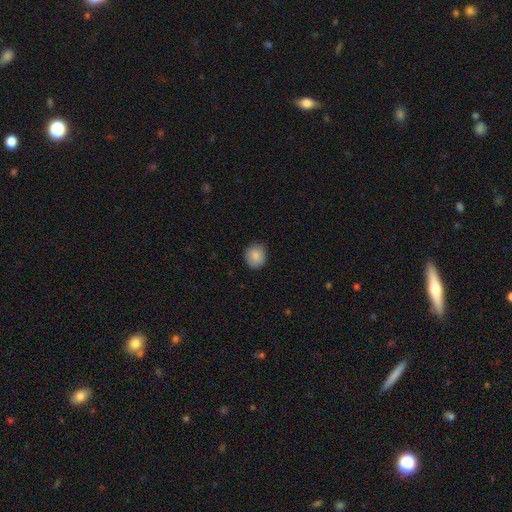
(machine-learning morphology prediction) smooth-or-featured: smooth: 86% | star or artifact: 8% | featured or disk: 6%
  how-rounded: round: 83% | in between: 16% | cigar-shaped: 1%
  merging: none: 86% | minor disturbance: 11% | major disturbance: 2% | merger: 1%